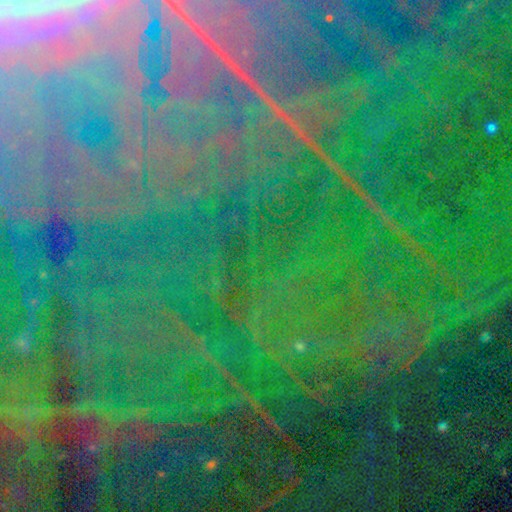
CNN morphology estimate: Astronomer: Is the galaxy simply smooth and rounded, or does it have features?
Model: star or artifact — 86%.